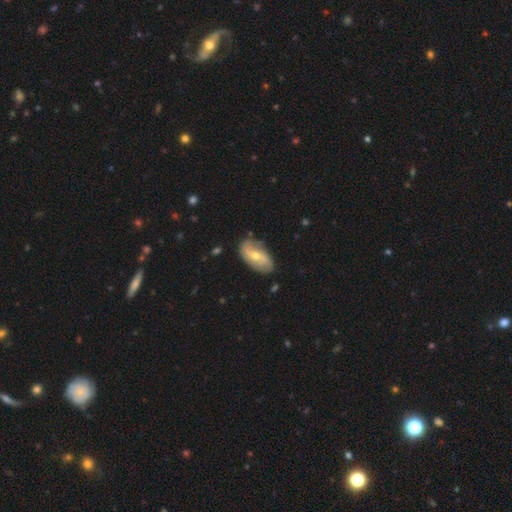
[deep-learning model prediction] The model was most divided on "bar": no: 47%, weak: 38%, strong: 15%. More confident: edge-on disk — no (92%); spiral arms — yes (79%); merging — none (75%); smooth or featured — featured or disk (64%); bulge size — moderate (55%).